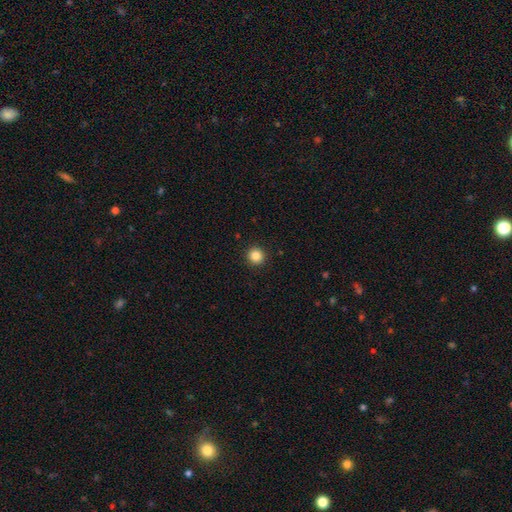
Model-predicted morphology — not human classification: Smooth or featured? Predicted: smooth (p=0.85). How rounded? Predicted: round (p=0.94). Merging? Predicted: none (p=0.93).